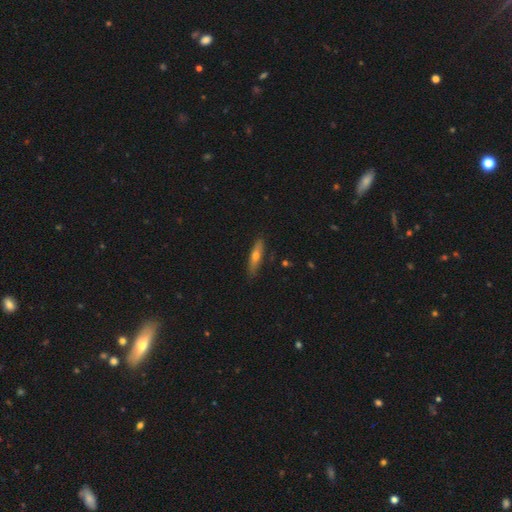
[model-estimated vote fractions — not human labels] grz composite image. It shows a smooth galaxy with no disk features (55%) that is cigar-shaped (77%). Merging: none (85%).